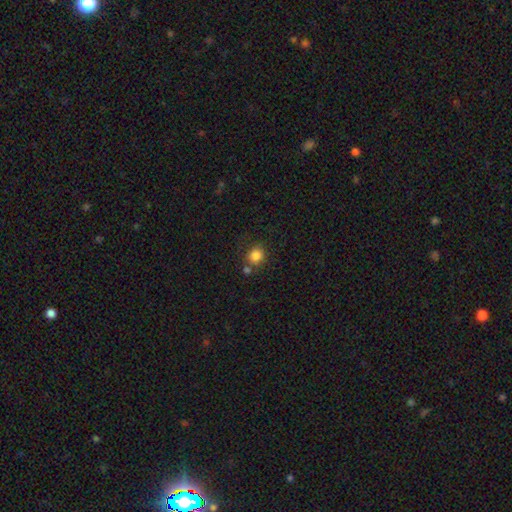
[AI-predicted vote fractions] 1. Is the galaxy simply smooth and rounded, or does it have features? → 83% smooth, 11% star or artifact, 5% featured or disk.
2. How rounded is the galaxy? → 83% round, 16% in between, 1% cigar-shaped.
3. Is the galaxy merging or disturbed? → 70% none, 15% merger, 11% minor disturbance, 4% major disturbance.